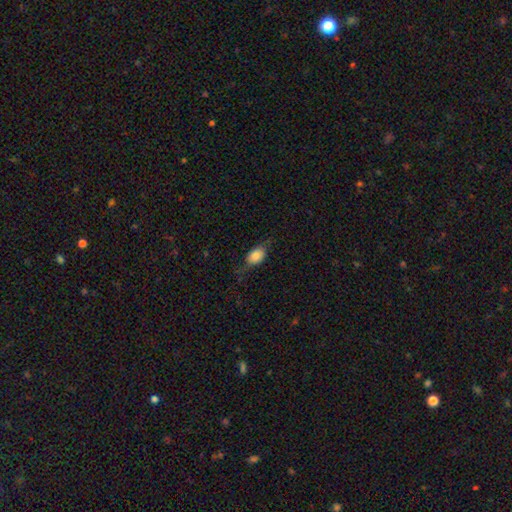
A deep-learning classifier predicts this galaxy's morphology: Smooth or featured? Predicted: smooth (p=0.73). How rounded? Predicted: in between (p=0.81). Merging? Predicted: none (p=0.58).